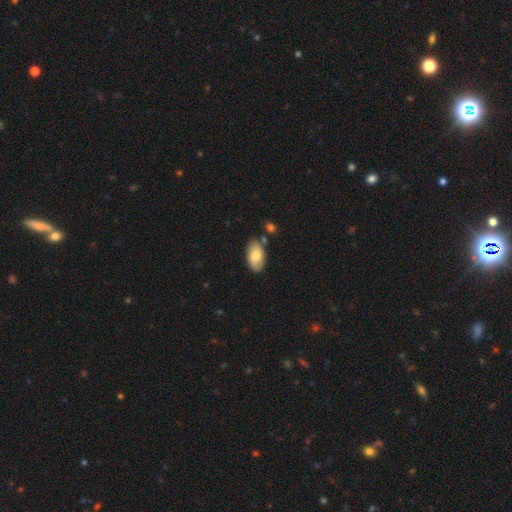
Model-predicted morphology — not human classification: This appears to be a smooth galaxy with no disk features (78%) that is in between round and cigar-shaped (95%). Merging: none (79%).